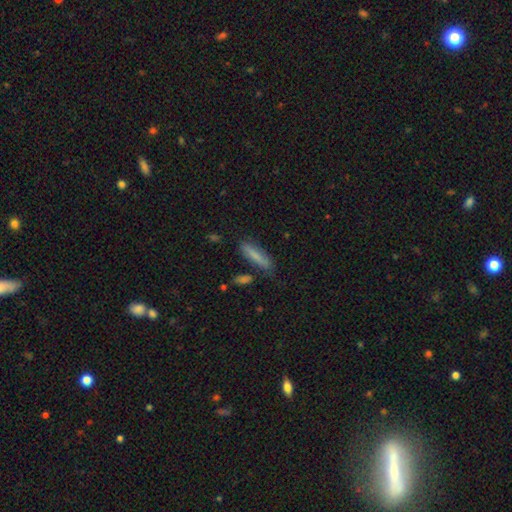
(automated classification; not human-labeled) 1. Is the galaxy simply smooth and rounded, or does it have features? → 75% smooth, 18% featured or disk, 7% star or artifact.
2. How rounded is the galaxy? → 77% cigar-shaped, 21% in between, 2% round.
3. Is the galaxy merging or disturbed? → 76% none, 16% minor disturbance, 4% merger, 4% major disturbance.